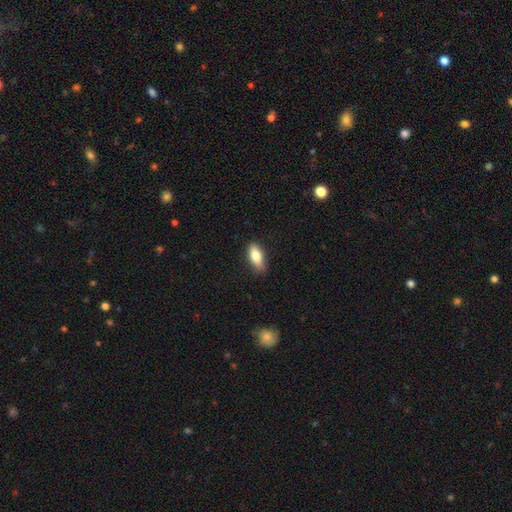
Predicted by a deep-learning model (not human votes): smooth-or-featured: smooth: 76% | featured or disk: 18% | star or artifact: 7%
  how-rounded: in between: 78% | cigar-shaped: 19% | round: 3%
  merging: none: 82% | minor disturbance: 15% | major disturbance: 3% | merger: 1%